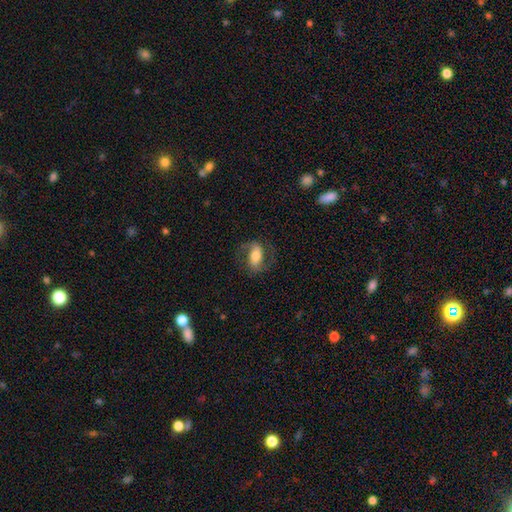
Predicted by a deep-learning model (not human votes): A featured or disk galaxy (59%) with a strong bar (40%), spiral arms (87%) and a moderate central bulge (54%). Merging: none (72%).